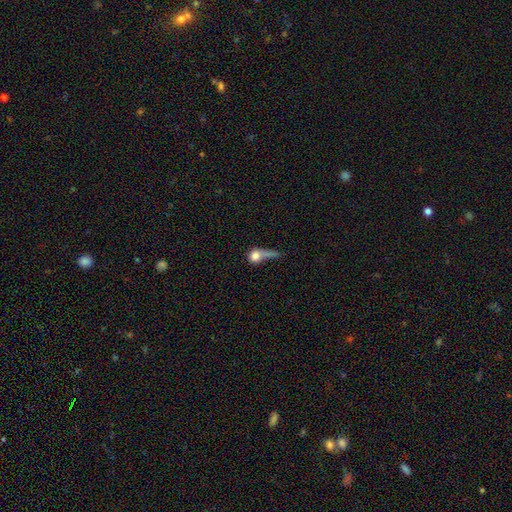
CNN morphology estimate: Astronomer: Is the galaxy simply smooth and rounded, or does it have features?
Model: smooth — 69%.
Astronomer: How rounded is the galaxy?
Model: round — 68%.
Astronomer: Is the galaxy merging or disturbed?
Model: major disturbance — 37% (runner-up: none, 25%).